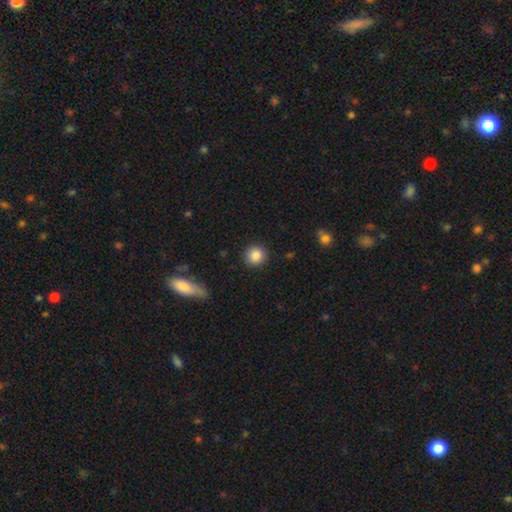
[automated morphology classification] A smooth galaxy with no disk features (87%) that is round (92%). Merging: none (91%).